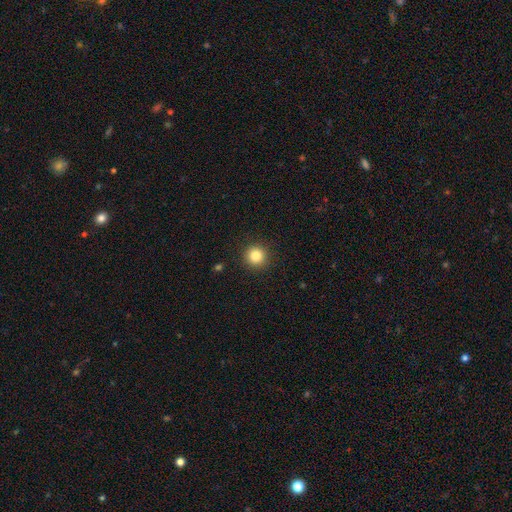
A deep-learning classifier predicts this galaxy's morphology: Smooth or featured? Predicted: smooth (p=0.84). How rounded? Predicted: round (p=0.95). Merging? Predicted: none (p=0.91).